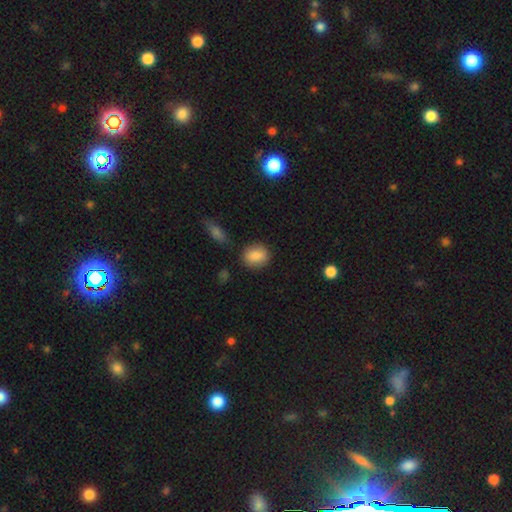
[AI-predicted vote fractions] Smooth or featured: smooth — 85% (star or artifact — 8%)
How rounded: round — 55% (in between — 43%)
Merging: none — 82% (minor disturbance — 11%)